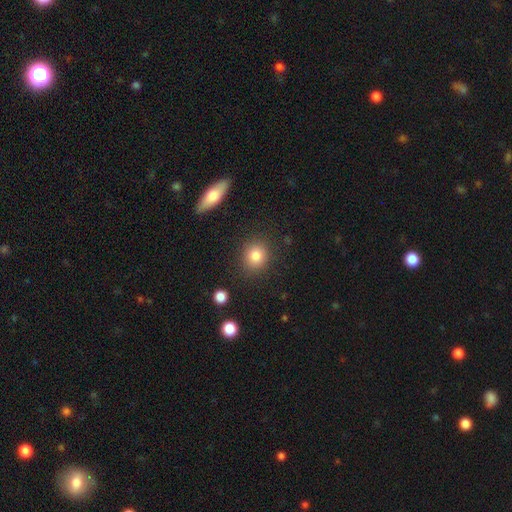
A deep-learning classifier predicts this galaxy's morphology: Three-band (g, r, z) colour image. It shows a smooth galaxy with no disk features (84%) that is round (81%). Merging: none (87%).